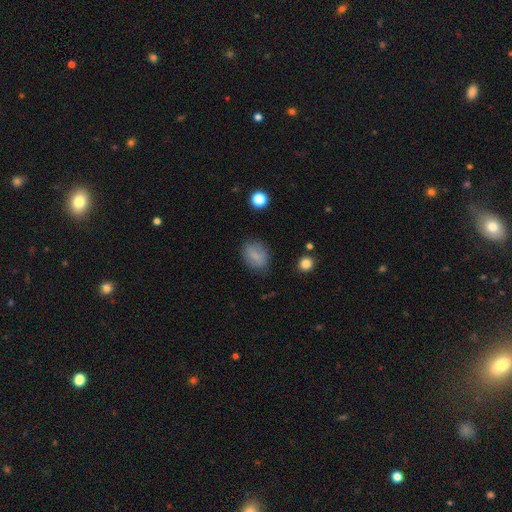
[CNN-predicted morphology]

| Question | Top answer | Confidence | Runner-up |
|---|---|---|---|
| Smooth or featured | smooth | 76% | featured or disk (15%) |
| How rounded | in between | 74% | round (24%) |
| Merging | none | 77% | minor disturbance (17%) |